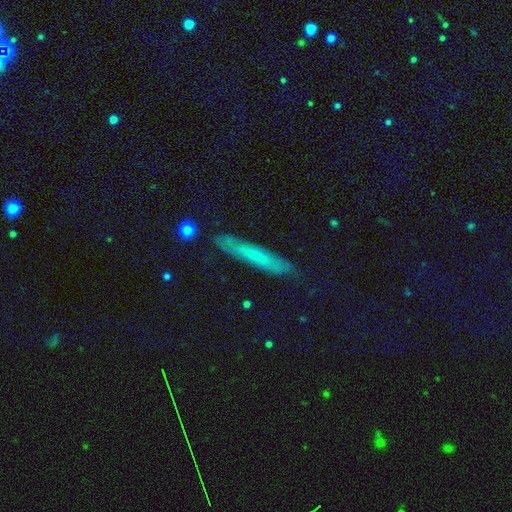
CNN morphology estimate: Smooth or featured?
  - smooth: 48% *
  - featured or disk: 43%
  - star or artifact: 9%
Merging?
  - none: 81% *
  - minor disturbance: 14%
  - major disturbance: 3%
  - merger: 2%